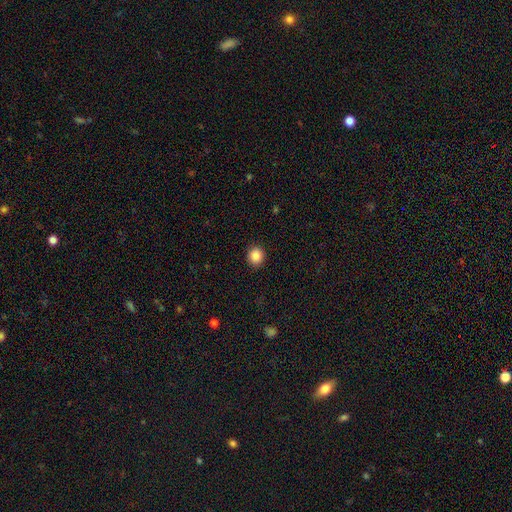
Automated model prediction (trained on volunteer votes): smooth 87%, star or artifact 9%, featured or disk 4%. Down the decision tree: how rounded — round (83%); merging — none (91%).